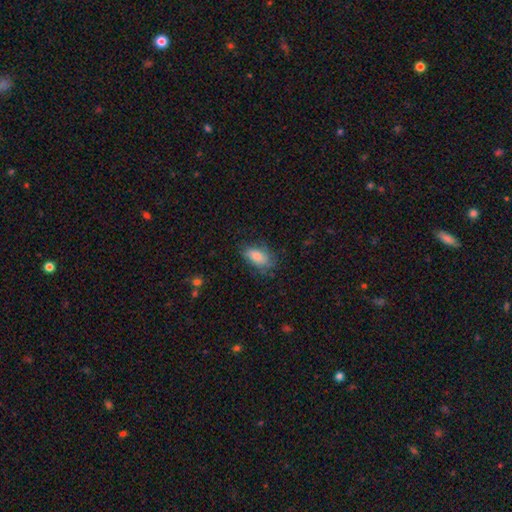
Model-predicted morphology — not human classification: A smooth galaxy with no disk features (80%) that is in between round and cigar-shaped (89%).

Vote fractions:
- Smooth or featured? smooth: 80% / featured or disk: 13% / star or artifact: 7%
- How rounded? in between: 89% / cigar-shaped: 6% / round: 5%
- Merging? none: 67% / minor disturbance: 23% / major disturbance: 8% / merger: 2%